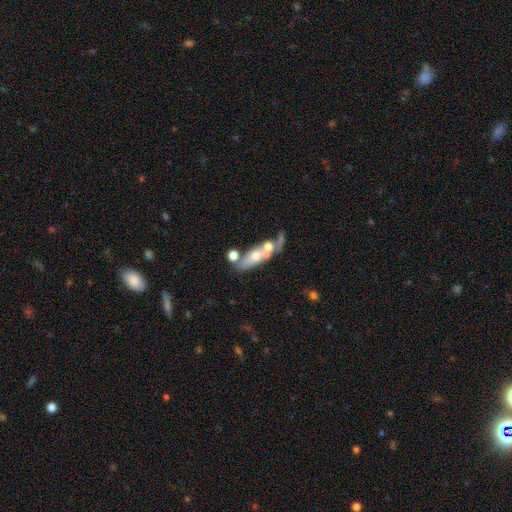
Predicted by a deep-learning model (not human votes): Smooth or featured?
  - featured or disk: 47% *
  - smooth: 44%
  - star or artifact: 10%
Merging?
  - merger: 41% *
  - none: 34%
  - minor disturbance: 14%
  - major disturbance: 11%